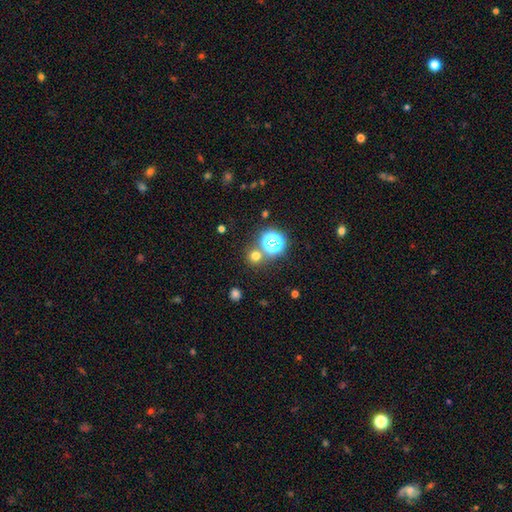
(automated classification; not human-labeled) Smooth or featured? smooth (65%)
How rounded? round (92%)
Merging? none (76%)